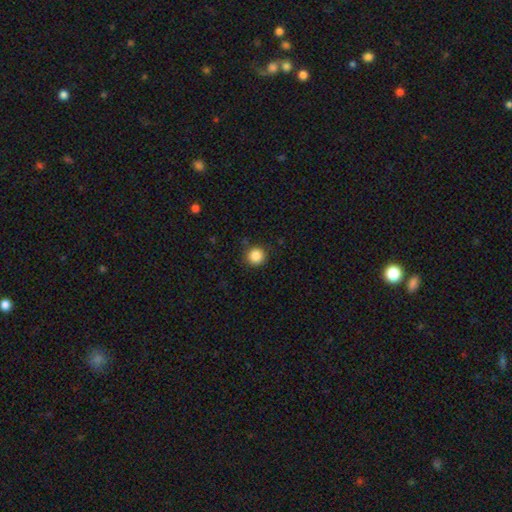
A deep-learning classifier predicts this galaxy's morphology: This appears to be a smooth galaxy with no disk features (86%) that is round (94%). Merging: none (88%).